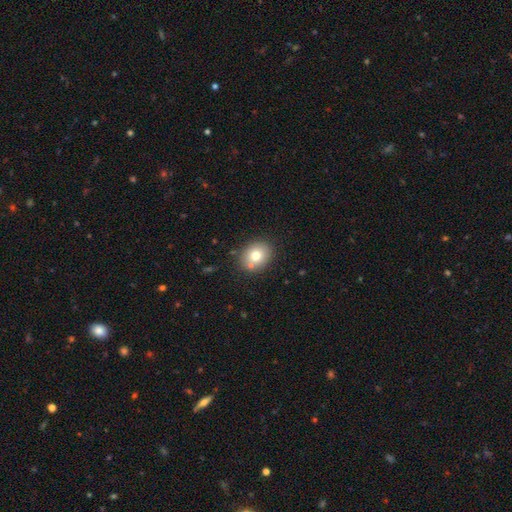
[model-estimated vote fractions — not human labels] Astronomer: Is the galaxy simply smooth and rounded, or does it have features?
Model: smooth — 75%.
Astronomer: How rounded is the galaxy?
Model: round — 63%.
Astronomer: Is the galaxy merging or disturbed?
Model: none — 78%.